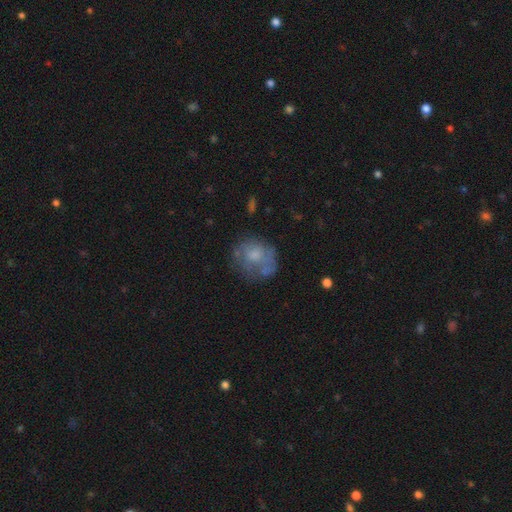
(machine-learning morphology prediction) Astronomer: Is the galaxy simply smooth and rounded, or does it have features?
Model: smooth — 51% (runner-up: featured or disk, 39%).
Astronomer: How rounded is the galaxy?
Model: round — 70%.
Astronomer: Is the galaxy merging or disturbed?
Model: none — 53%.